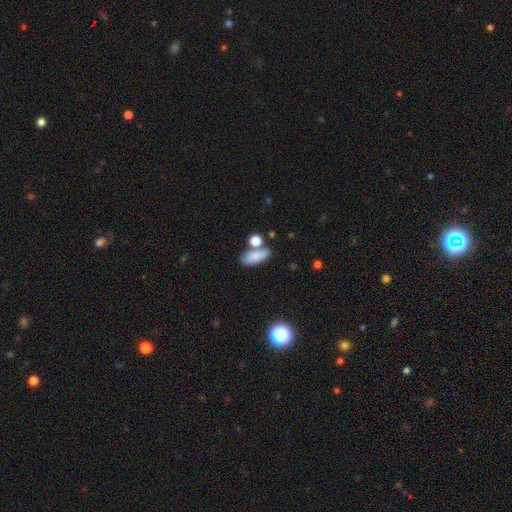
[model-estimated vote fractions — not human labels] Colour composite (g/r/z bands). It shows a smooth galaxy with no disk features (81%) that is in between round and cigar-shaped (79%). Merging: none (57%).